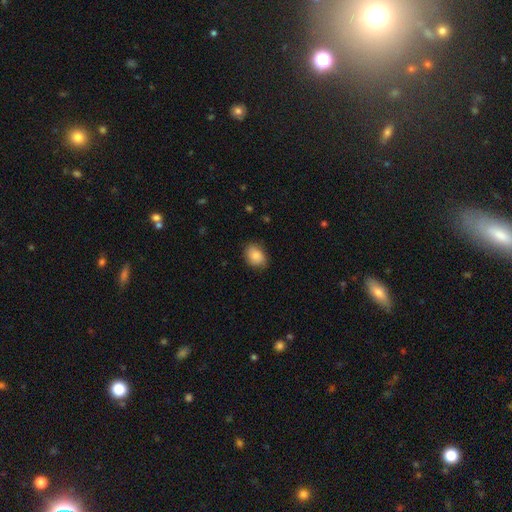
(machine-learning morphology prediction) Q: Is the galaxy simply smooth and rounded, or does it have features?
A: smooth — 86%.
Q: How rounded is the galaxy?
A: in between — 66%.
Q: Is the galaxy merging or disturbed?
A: none — 82%.